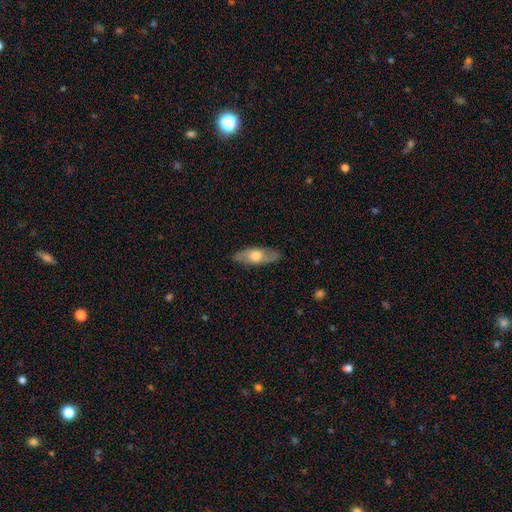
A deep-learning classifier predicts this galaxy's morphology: Q: Smooth or featured?
A: smooth (51%); runner-up: featured or disk (44%)
Q: How rounded?
A: in between (70%); runner-up: cigar-shaped (27%)
Q: Merging?
A: none (84%); runner-up: minor disturbance (12%)